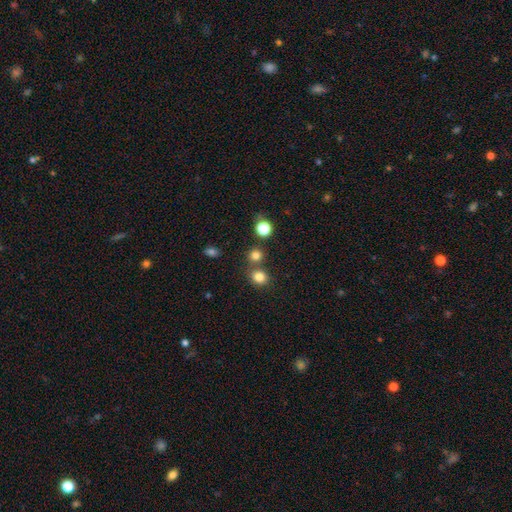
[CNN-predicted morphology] Smooth or featured: smooth — 78% (star or artifact — 16%)
How rounded: round — 87% (in between — 12%)
Merging: none — 69% (merger — 20%)